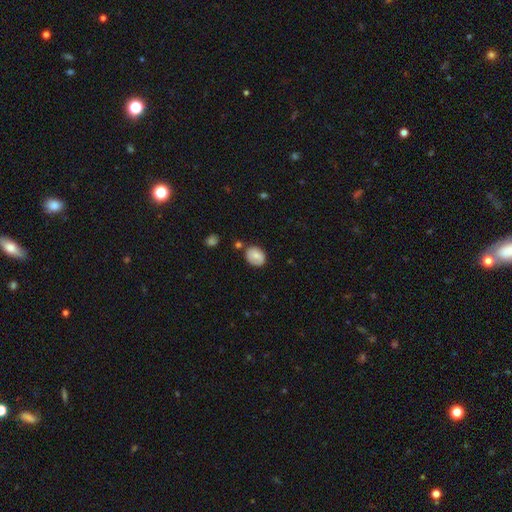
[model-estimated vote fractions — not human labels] Overall: smooth (73%). How rounded: in between (52%; round 47%). Merging: none (68%).